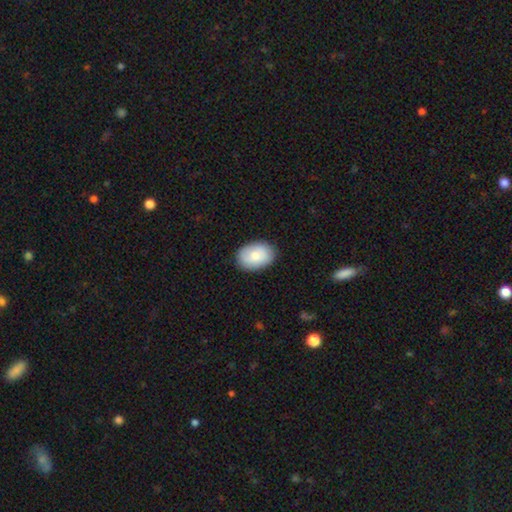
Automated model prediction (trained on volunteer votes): Smooth or featured? smooth (80%)
How rounded? in between (82%)
Merging? none (87%)